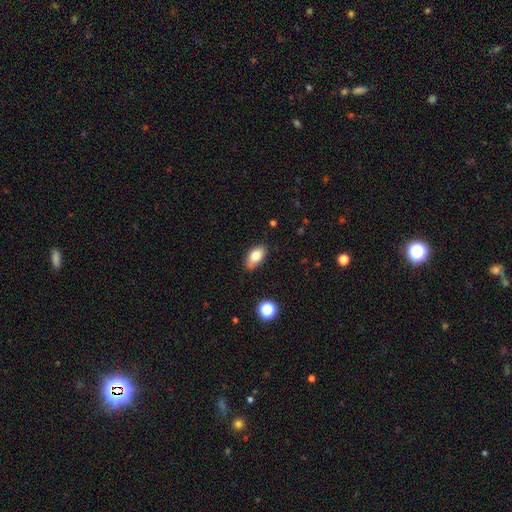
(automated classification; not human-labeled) The model was most divided on "merging": none: 78%, minor disturbance: 17%, major disturbance: 3%, merger: 2%. More confident: how rounded — in between (89%); smooth or featured — smooth (78%).